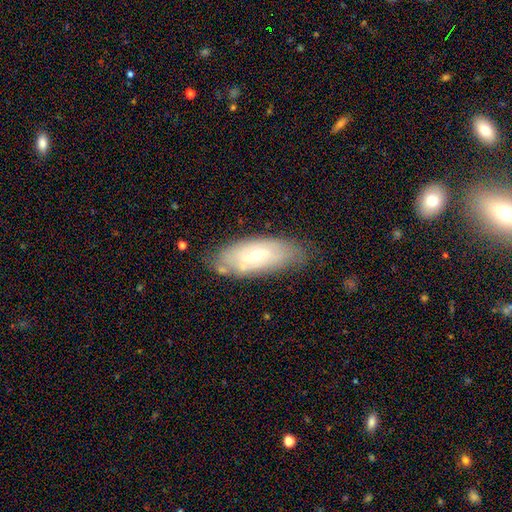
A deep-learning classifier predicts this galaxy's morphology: The model was most divided on "smooth or featured": featured or disk: 56%, smooth: 36%, star or artifact: 7%. More confident: edge-on disk — no (83%); merging — none (69%).